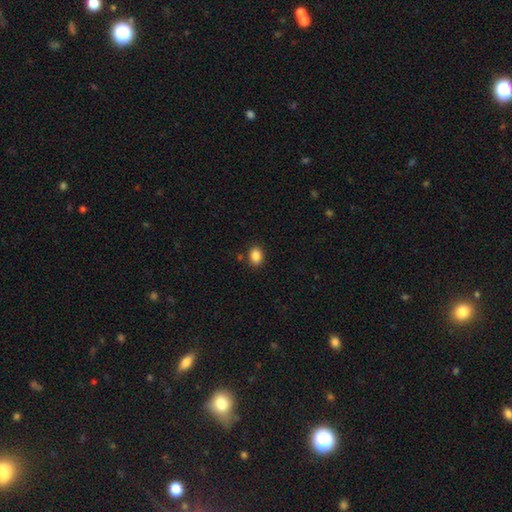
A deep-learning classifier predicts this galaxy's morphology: Smooth or featured? Predicted: smooth (p=0.86). How rounded? Predicted: in between (p=0.53). Merging? Predicted: none (p=0.86).